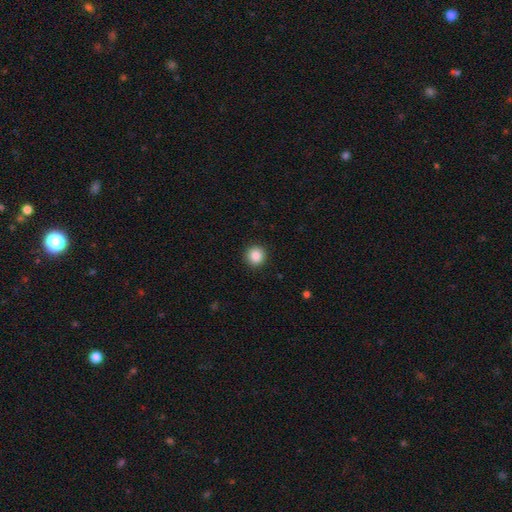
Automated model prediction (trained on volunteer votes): A smooth galaxy with no disk features (88%) that is round (94%).

Vote fractions:
- Smooth or featured? smooth: 88% / star or artifact: 9% / featured or disk: 3%
- How rounded? round: 94% / in between: 5% / cigar-shaped: 1%
- Merging? none: 92% / minor disturbance: 5% / major disturbance: 2% / merger: 1%